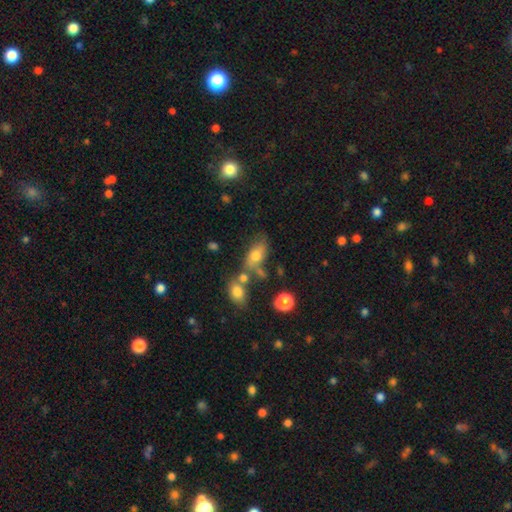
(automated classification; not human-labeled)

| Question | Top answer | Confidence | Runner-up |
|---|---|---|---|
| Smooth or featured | smooth | 67% | featured or disk (22%) |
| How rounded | in between | 83% | round (9%) |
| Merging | none | 43% | merger (27%) |